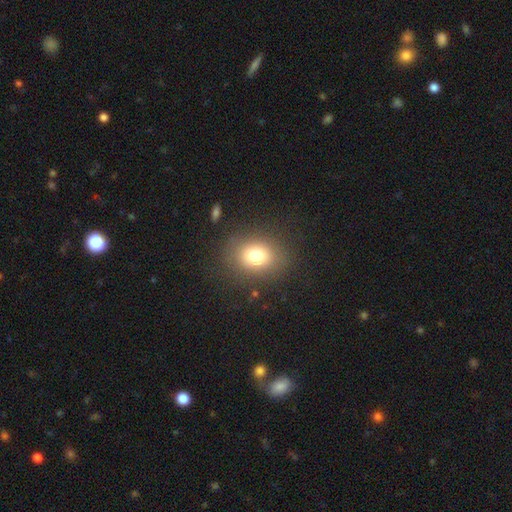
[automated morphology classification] Q: Smooth or featured?
A: smooth (76%); runner-up: star or artifact (12%)
Q: How rounded?
A: in between (54%); runner-up: round (44%)
Q: Merging?
A: none (83%); runner-up: minor disturbance (11%)